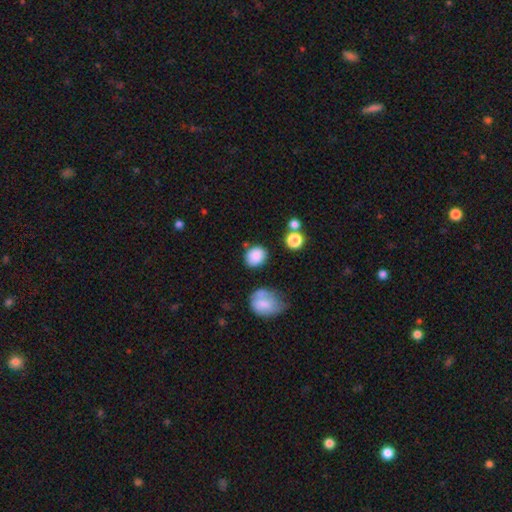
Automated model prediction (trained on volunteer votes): The model was most divided on "how rounded": round: 61%, in between: 38%, cigar-shaped: 1%. More confident: smooth or featured — smooth (85%); merging — none (73%).